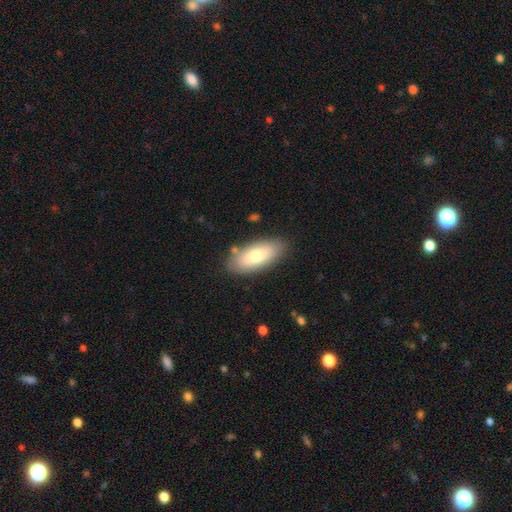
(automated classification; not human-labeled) Smooth or featured? Predicted: smooth (p=0.73). How rounded? Predicted: in between (p=0.85). Merging? Predicted: none (p=0.83).